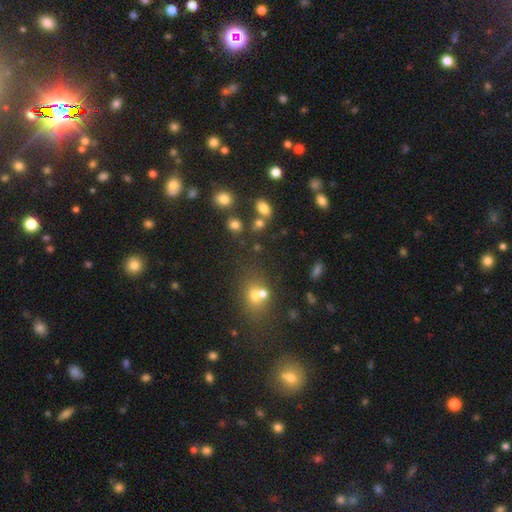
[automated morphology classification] A star or artifact, not a galaxy (46%).